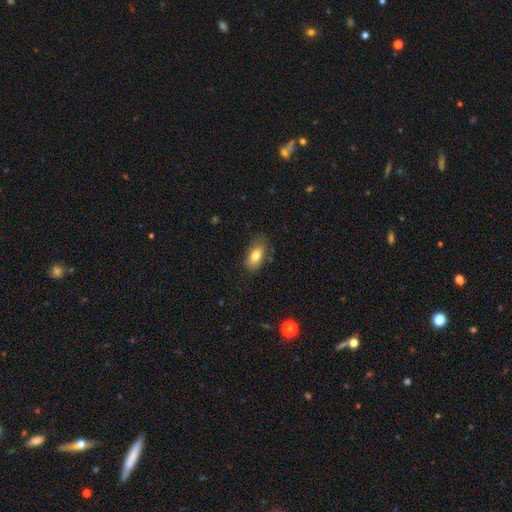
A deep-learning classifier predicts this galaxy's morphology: type=smooth (79%); roundness=in between (89%); merging=none (72%).